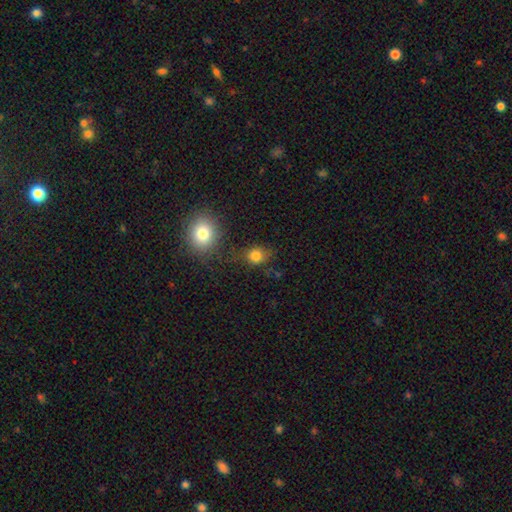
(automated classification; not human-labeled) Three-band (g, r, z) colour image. It shows a smooth galaxy with no disk features (80%) that is round (68%). Merging: none (69%).